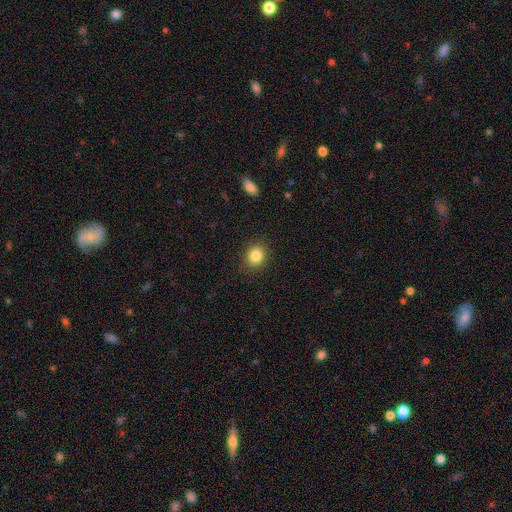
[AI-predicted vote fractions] The model was most divided on "how rounded": round: 69%, in between: 30%, cigar-shaped: 1%. More confident: merging — none (89%); smooth or featured — smooth (84%).